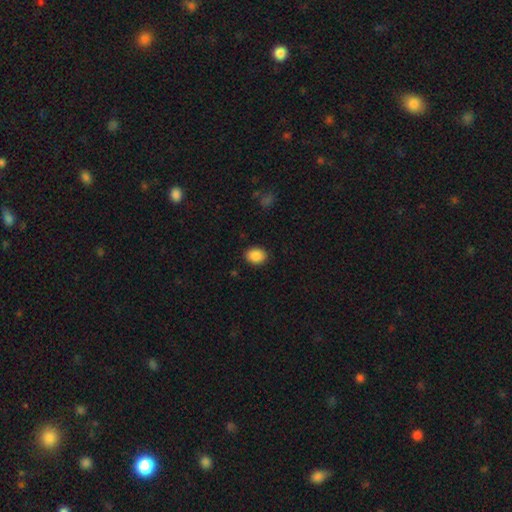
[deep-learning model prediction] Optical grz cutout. It shows a smooth galaxy with no disk features (89%) that is in between round and cigar-shaped (54%). Merging: none (89%).